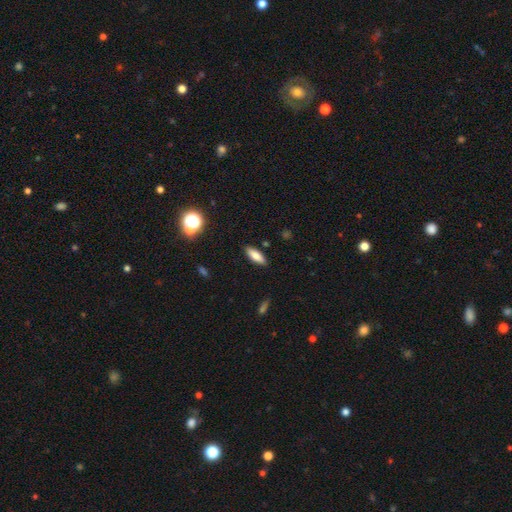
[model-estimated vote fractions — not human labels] Q: Smooth or featured?
A: smooth (76%); runner-up: featured or disk (15%)
Q: How rounded?
A: in between (60%); runner-up: cigar-shaped (37%)
Q: Merging?
A: none (87%); runner-up: minor disturbance (9%)